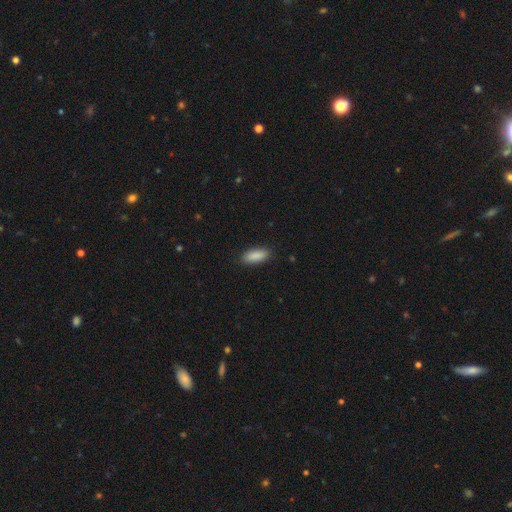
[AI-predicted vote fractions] This is clearly a smooth galaxy (90%). How rounded: likely in between (76%). Merging: clearly none (89%).